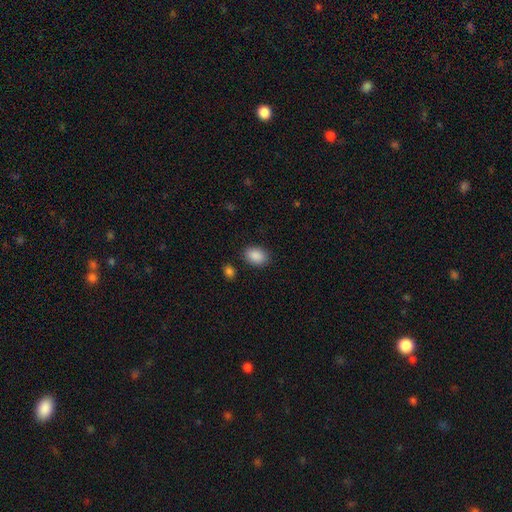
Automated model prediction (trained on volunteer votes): Smooth or featured?
  - smooth: 90% *
  - star or artifact: 7%
  - featured or disk: 3%
How rounded?
  - in between: 84% *
  - round: 15%
  - cigar-shaped: 1%
Merging?
  - none: 84% *
  - minor disturbance: 10%
  - major disturbance: 3%
  - merger: 2%